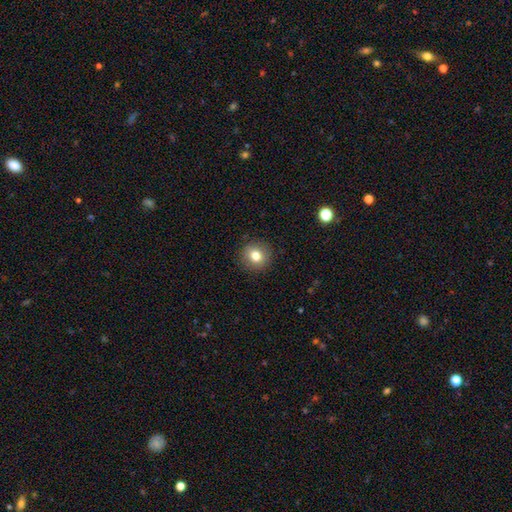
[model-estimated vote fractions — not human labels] Smooth or featured? Predicted: smooth (p=0.80). How rounded? Predicted: round (p=0.89). Merging? Predicted: none (p=0.90).